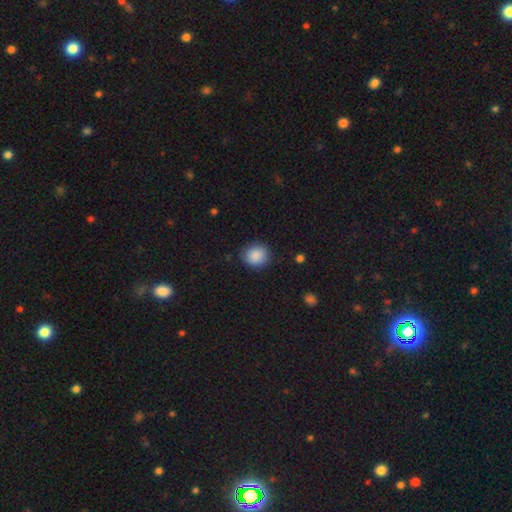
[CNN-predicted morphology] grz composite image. It shows a smooth galaxy with no disk features (88%) that is round (84%). Merging: none (86%).